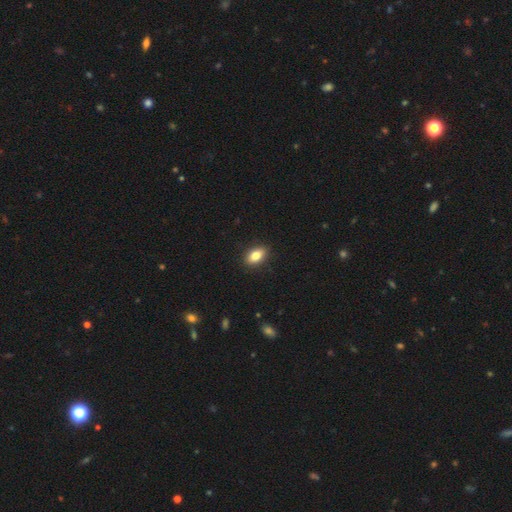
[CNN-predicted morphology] A smooth galaxy with no disk features (83%) that is in between round and cigar-shaped (88%). Merging: none (89%).